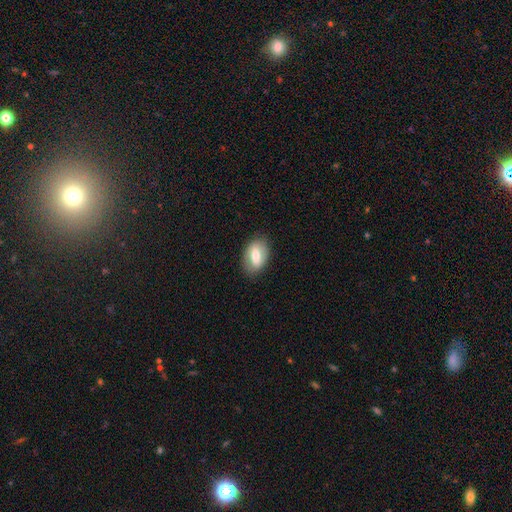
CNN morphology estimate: Smooth or featured?
  - smooth: 60% *
  - featured or disk: 34%
  - star or artifact: 7%
How rounded?
  - in between: 89% *
  - round: 8%
  - cigar-shaped: 3%
Merging?
  - none: 82% *
  - minor disturbance: 13%
  - major disturbance: 4%
  - merger: 1%